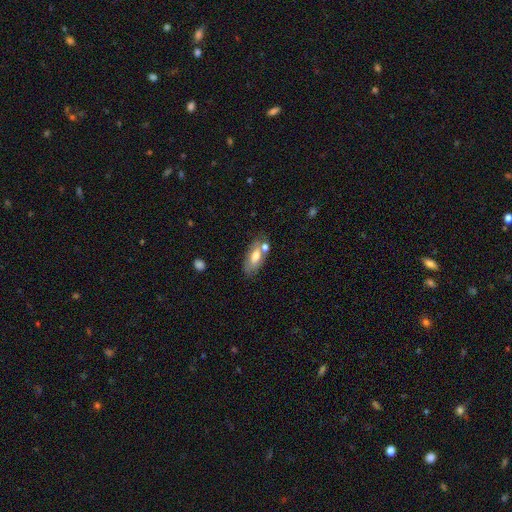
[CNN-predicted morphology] Smooth or featured? smooth (60%)
How rounded? in between (84%)
Merging? none (59%)